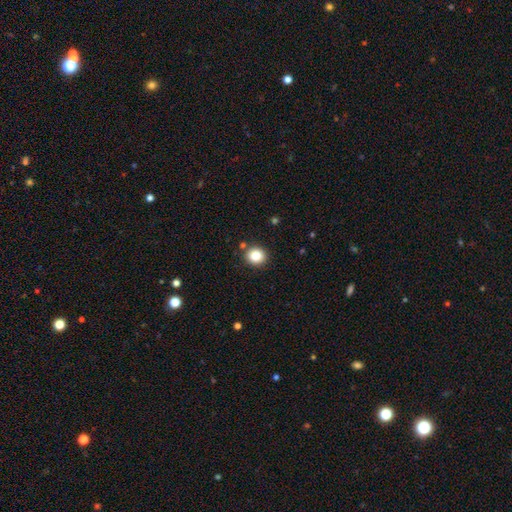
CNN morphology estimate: A smooth galaxy with no disk features (83%) that is round (84%). Merging: none (88%).